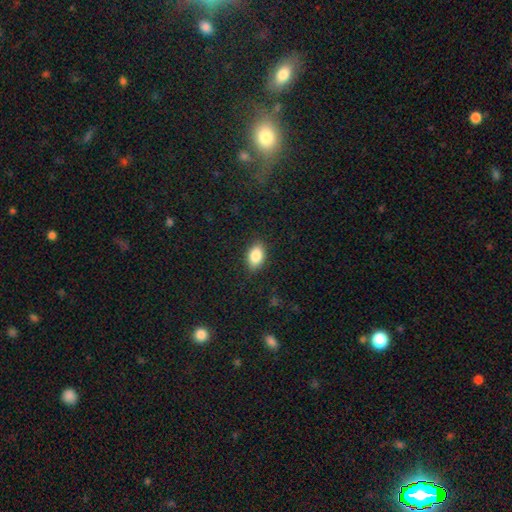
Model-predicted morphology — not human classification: A smooth galaxy with no disk features (86%) that is in between round and cigar-shaped (89%).

Vote fractions:
- Smooth or featured? smooth: 86% / star or artifact: 8% / featured or disk: 6%
- How rounded? in between: 89% / round: 10% / cigar-shaped: 2%
- Merging? none: 87% / minor disturbance: 10% / major disturbance: 3% / merger: 1%